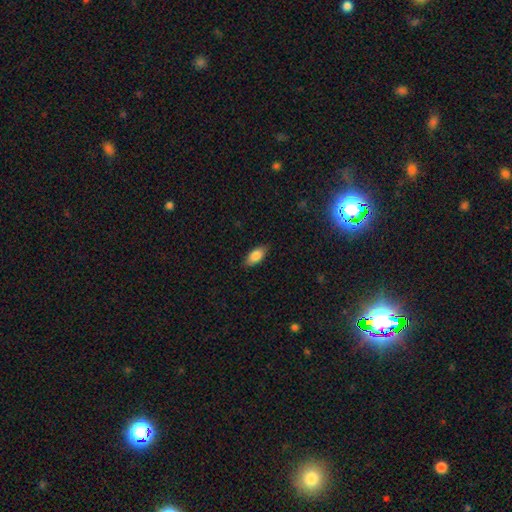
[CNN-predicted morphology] Smooth or featured? Predicted: smooth (p=0.85). How rounded? Predicted: in between (p=0.89). Merging? Predicted: none (p=0.85).